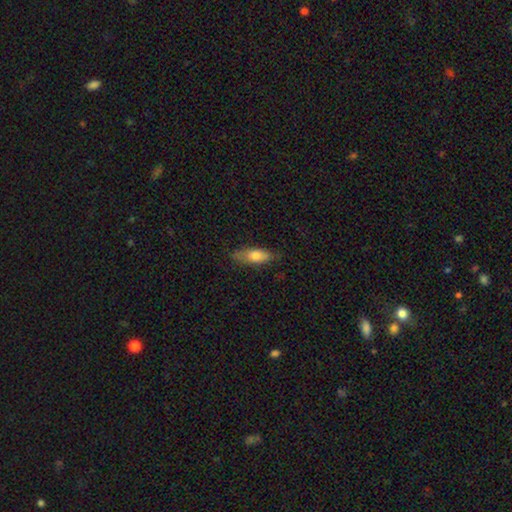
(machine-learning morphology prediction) Smooth or featured? smooth (72%)
How rounded? in between (67%)
Merging? none (75%)